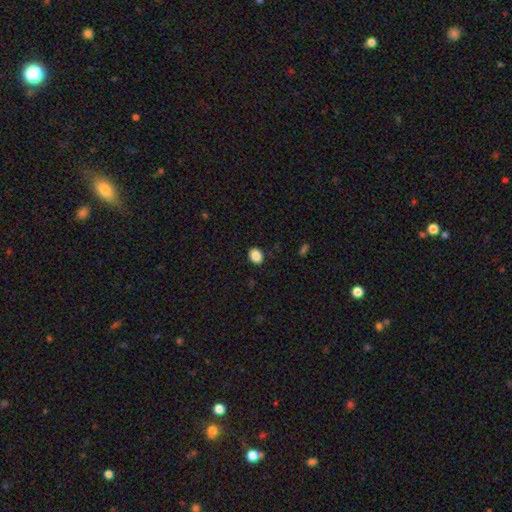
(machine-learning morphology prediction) smooth 88%, star or artifact 9%, featured or disk 3%. Down the decision tree: how rounded — in between (52%); merging — none (90%).